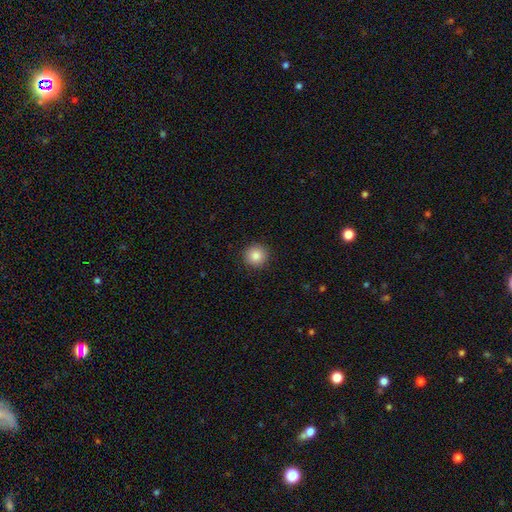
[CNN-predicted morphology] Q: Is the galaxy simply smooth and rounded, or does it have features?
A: smooth — 85%.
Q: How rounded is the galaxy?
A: round — 94%.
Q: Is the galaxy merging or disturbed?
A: none — 92%.